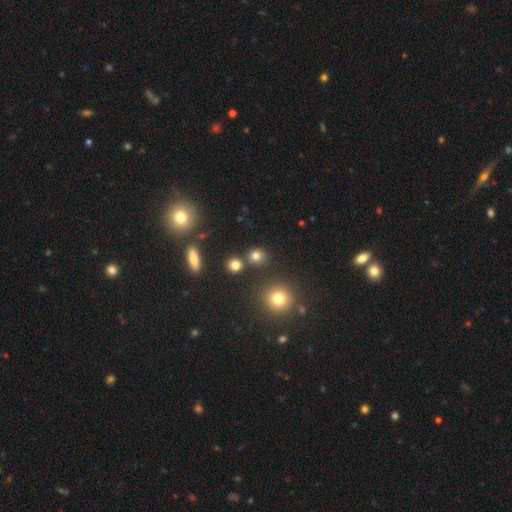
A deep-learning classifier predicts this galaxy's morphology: A smooth galaxy with no disk features (77%) that is round (83%). Merging: none (77%).